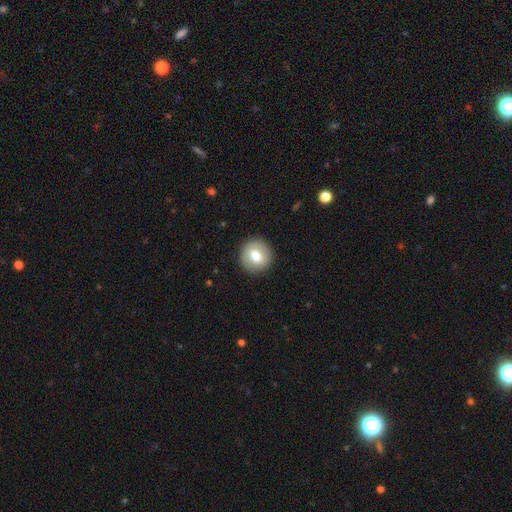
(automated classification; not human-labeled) A smooth galaxy with no disk features (73%) that is round (91%). Merging: none (90%).